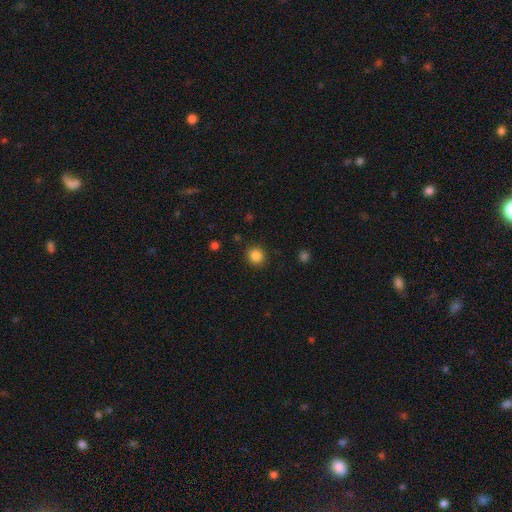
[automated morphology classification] type=smooth (86%); roundness=round (86%); merging=none (90%).